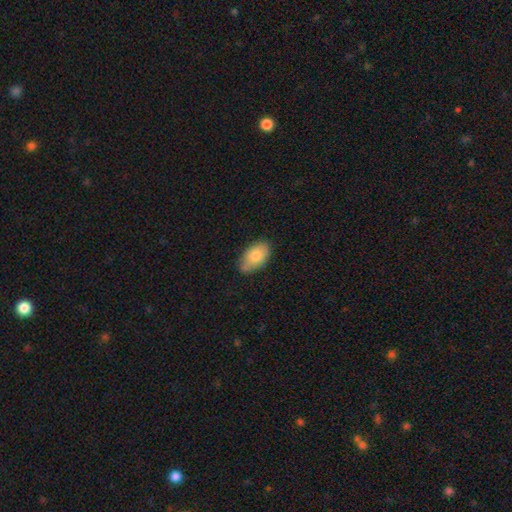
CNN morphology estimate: type=smooth (81%); roundness=in between (94%); merging=none (73%).